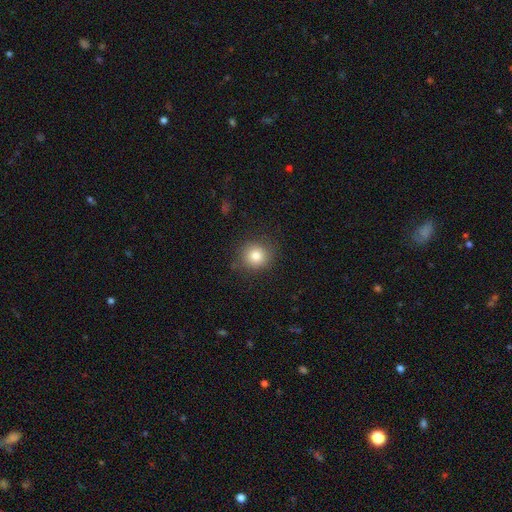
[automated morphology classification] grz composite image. It shows a smooth galaxy with no disk features (82%) that is round (89%). Merging: none (85%).